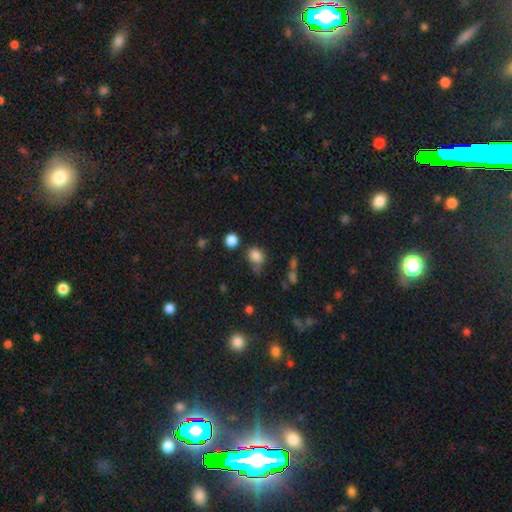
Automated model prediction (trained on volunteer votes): Smooth or featured?
  - smooth: 82% *
  - star or artifact: 13%
  - featured or disk: 5%
How rounded?
  - round: 61% *
  - in between: 38%
  - cigar-shaped: 1%
Merging?
  - none: 58% *
  - minor disturbance: 23%
  - merger: 11%
  - major disturbance: 8%